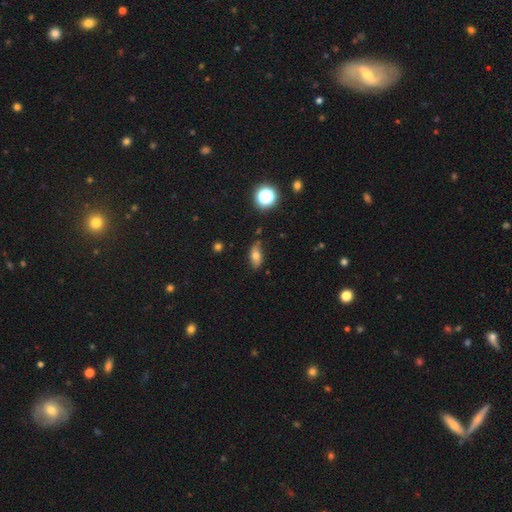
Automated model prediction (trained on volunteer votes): Overall: smooth (67%). How rounded: in between (78%). Merging: none (76%).